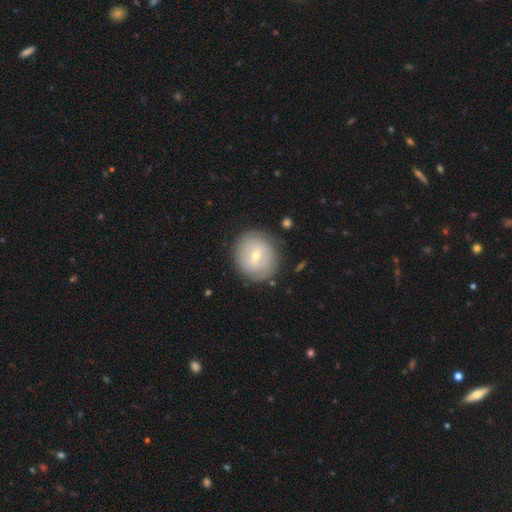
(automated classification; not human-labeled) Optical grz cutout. It shows a smooth galaxy with no disk features (47%). Merging: none (85%).